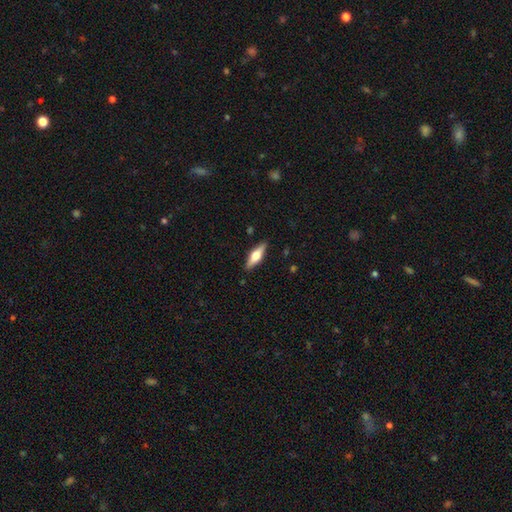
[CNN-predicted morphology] smooth-or-featured: featured or disk: 51% | smooth: 43% | star or artifact: 6%
  disk-edge-on: yes: 94% | no: 6%
  merging: none: 89% | minor disturbance: 9% | major disturbance: 2% | merger: 1%